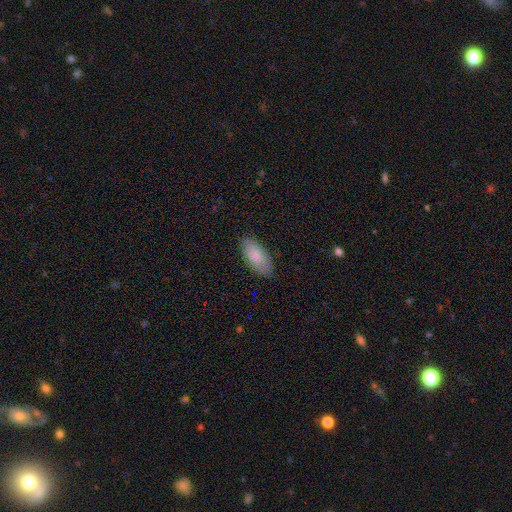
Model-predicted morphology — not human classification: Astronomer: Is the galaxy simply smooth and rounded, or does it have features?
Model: smooth — 77%.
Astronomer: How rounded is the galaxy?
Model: in between — 92%.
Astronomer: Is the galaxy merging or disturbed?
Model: none — 84%.